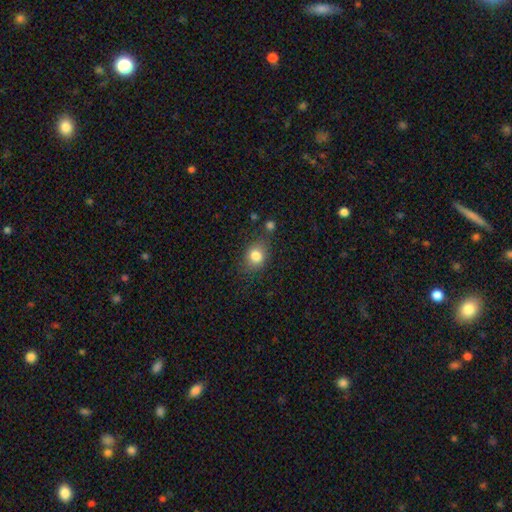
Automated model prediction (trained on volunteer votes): Overall: smooth (82%). How rounded: round (53%; in between 46%). Merging: none (73%).